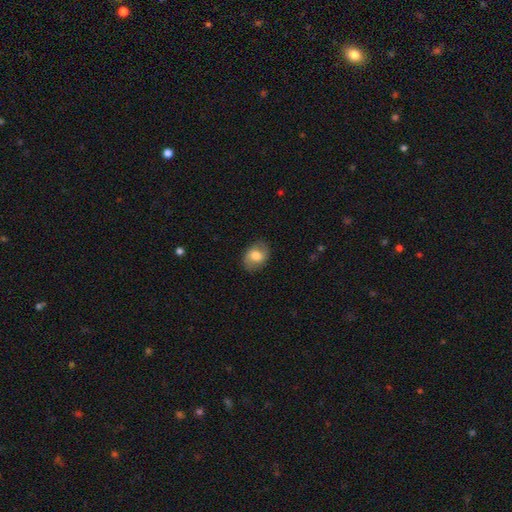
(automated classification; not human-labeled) smooth-or-featured: smooth: 69% | featured or disk: 24% | star or artifact: 8%
  how-rounded: in between: 69% | round: 30% | cigar-shaped: 1%
  merging: none: 83% | minor disturbance: 12% | major disturbance: 3% | merger: 1%